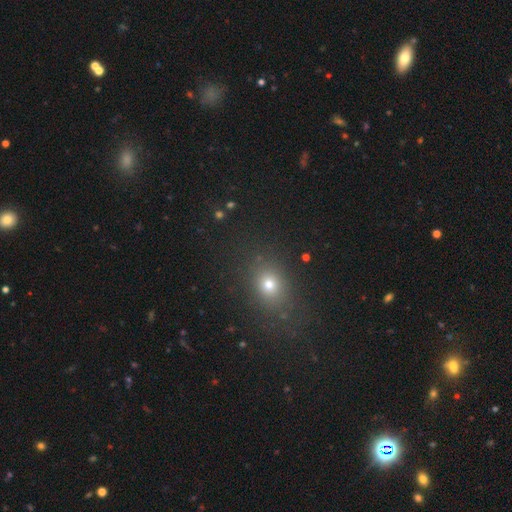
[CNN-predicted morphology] The model was most divided on "how rounded": in between: 57%, round: 40%, cigar-shaped: 3%. More confident: merging — none (87%); smooth or featured — smooth (61%).